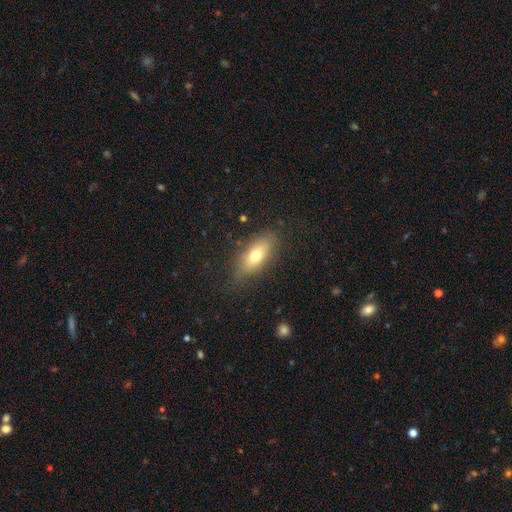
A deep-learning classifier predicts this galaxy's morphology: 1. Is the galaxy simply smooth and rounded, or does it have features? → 67% smooth, 24% featured or disk, 8% star or artifact.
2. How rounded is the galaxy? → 73% in between, 22% cigar-shaped, 5% round.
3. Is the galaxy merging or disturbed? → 81% none, 13% minor disturbance, 4% major disturbance, 1% merger.